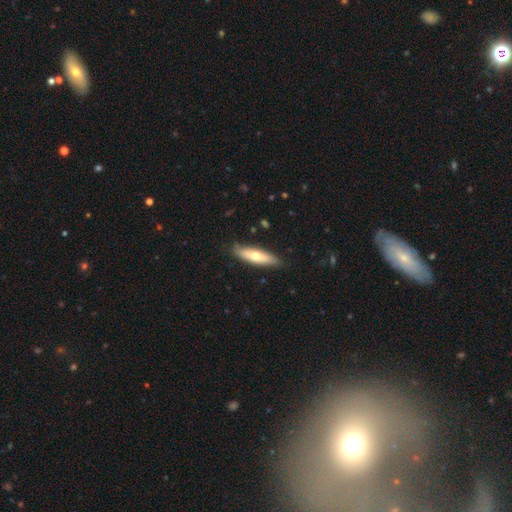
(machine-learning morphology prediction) Smooth or featured? smooth (59%)
How rounded? cigar-shaped (58%)
Merging? none (84%)